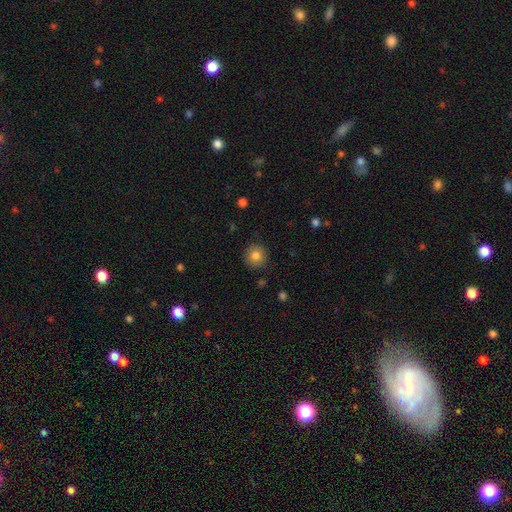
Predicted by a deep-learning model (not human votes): Smooth or featured? smooth (82%)
How rounded? round (93%)
Merging? none (89%)